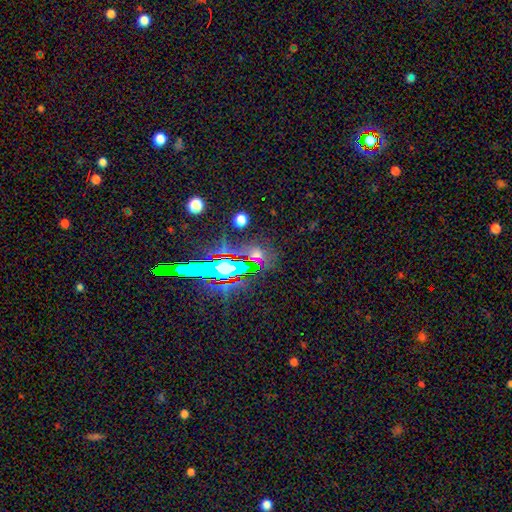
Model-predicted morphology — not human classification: This appears to be a star or artifact, not a galaxy (58%).